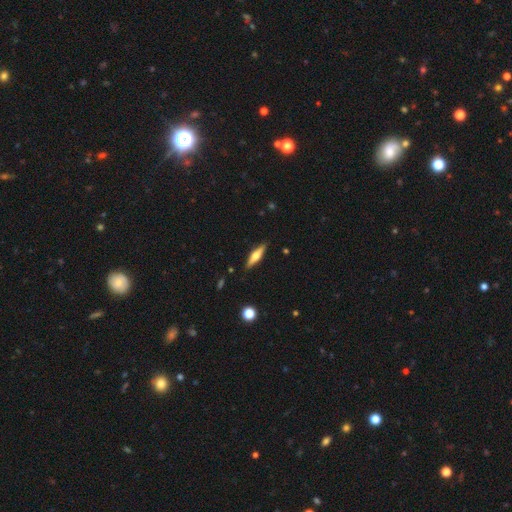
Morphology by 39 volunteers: Smooth or featured? featured or disk (56%)
Edge-on disk? yes (91%)
Edge-on bulge? rounded (85%)
Merging? none (87%)